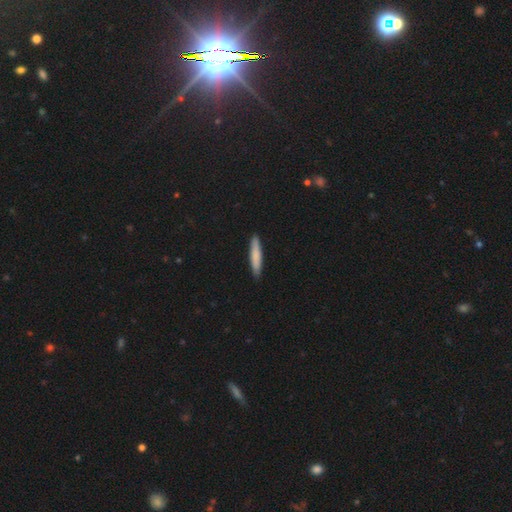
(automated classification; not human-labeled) A smooth galaxy with no disk features (80%) that is cigar-shaped (90%). Merging: none (89%).